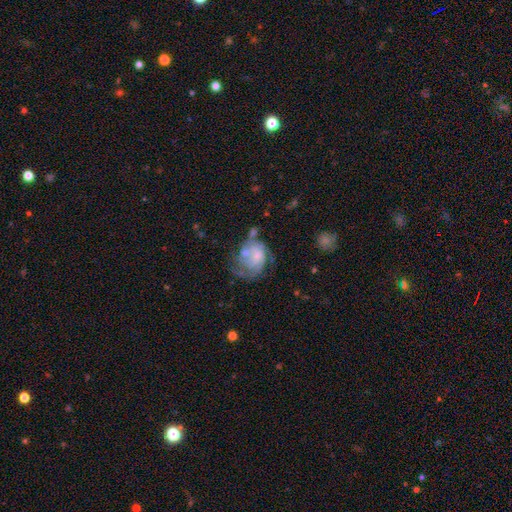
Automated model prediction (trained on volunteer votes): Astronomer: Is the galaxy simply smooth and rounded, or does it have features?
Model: featured or disk — 60%.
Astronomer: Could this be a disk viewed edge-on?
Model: no — 98%.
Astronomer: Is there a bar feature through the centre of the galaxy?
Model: no — 73%.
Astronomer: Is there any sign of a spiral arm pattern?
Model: yes — 67%.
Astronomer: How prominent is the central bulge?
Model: small — 48%.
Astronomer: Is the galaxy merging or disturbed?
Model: none — 34% (runner-up: major disturbance, 30%).